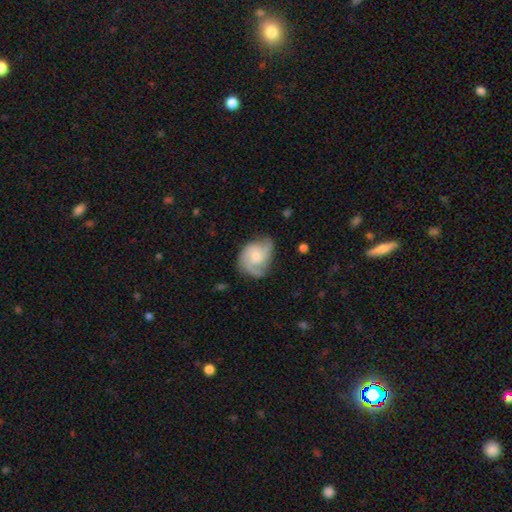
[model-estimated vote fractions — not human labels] A featured or disk galaxy (74%) with no bar (65%), 2 (51%) medium (48%) spiral arms (94%) and a small central bulge (54%). Merging: none (60%).